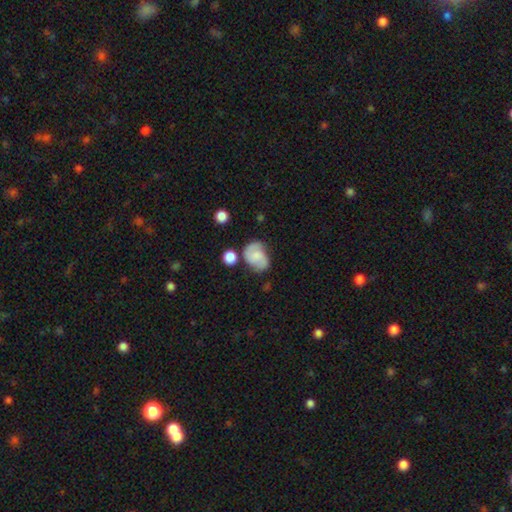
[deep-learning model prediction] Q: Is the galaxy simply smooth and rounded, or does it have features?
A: featured or disk — 46%.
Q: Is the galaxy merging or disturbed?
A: none — 56%.